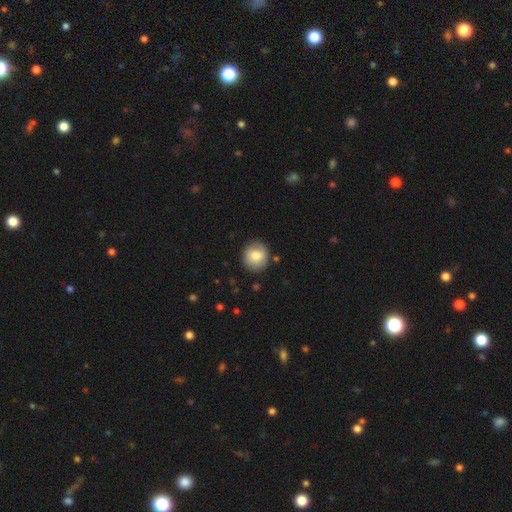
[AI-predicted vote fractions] Overall: smooth (76%). How rounded: round (83%). Merging: none (84%).